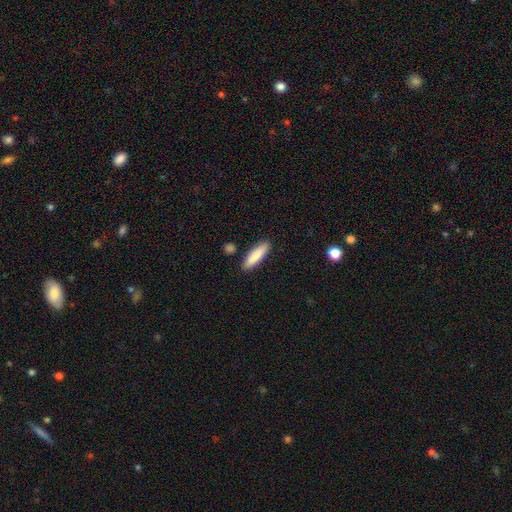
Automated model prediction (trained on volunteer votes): The model was most divided on "how rounded": cigar-shaped: 65%, in between: 33%, round: 2%. More confident: merging — none (86%); smooth or featured — smooth (85%).